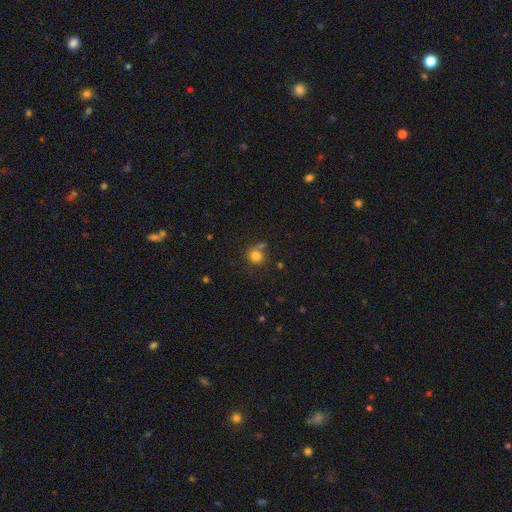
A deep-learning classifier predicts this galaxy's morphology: A smooth galaxy with no disk features (79%) that is round (84%).

Vote fractions:
- Smooth or featured? smooth: 79% / star or artifact: 13% / featured or disk: 8%
- How rounded? round: 84% / in between: 15% / cigar-shaped: 1%
- Merging? none: 64% / minor disturbance: 17% / merger: 12% / major disturbance: 8%